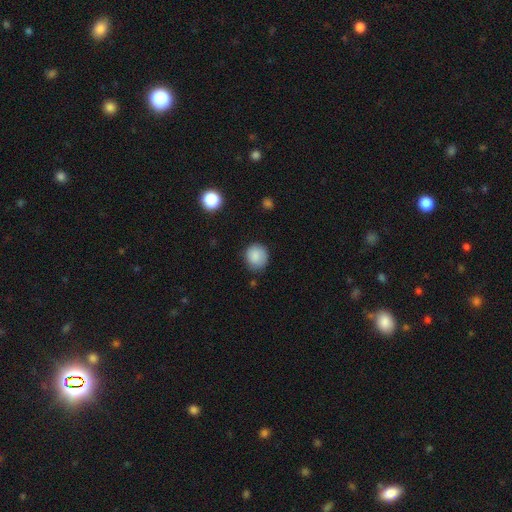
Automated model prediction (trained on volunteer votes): Smooth or featured?
  - smooth: 85% *
  - star or artifact: 9%
  - featured or disk: 6%
How rounded?
  - round: 84% *
  - in between: 15%
  - cigar-shaped: 1%
Merging?
  - none: 80% *
  - minor disturbance: 15%
  - major disturbance: 3%
  - merger: 2%